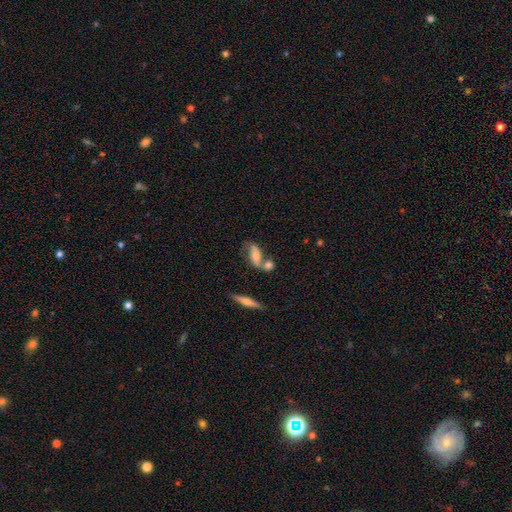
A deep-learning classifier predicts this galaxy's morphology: A featured or disk galaxy (46%, tied with smooth).

Vote fractions:
- Smooth or featured? featured or disk: 46% (tied) / smooth: 46% (tied) / star or artifact: 9%
- Merging? none: 43% / merger: 33% / minor disturbance: 16% / major disturbance: 8%